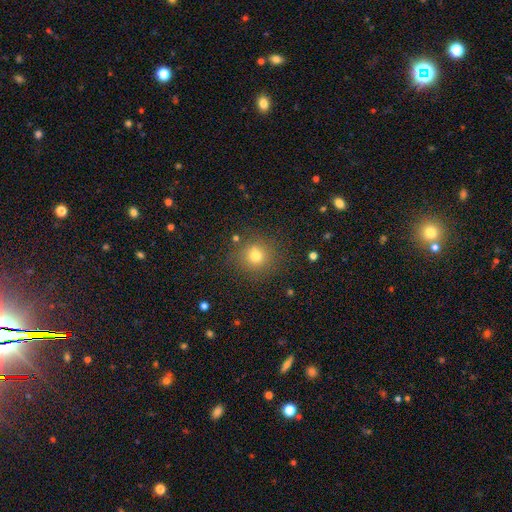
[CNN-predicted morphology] Smooth or featured?
  - smooth: 75% *
  - star or artifact: 17%
  - featured or disk: 8%
How rounded?
  - round: 92% *
  - in between: 7%
  - cigar-shaped: 1%
Merging?
  - none: 83% *
  - minor disturbance: 9%
  - merger: 4%
  - major disturbance: 3%